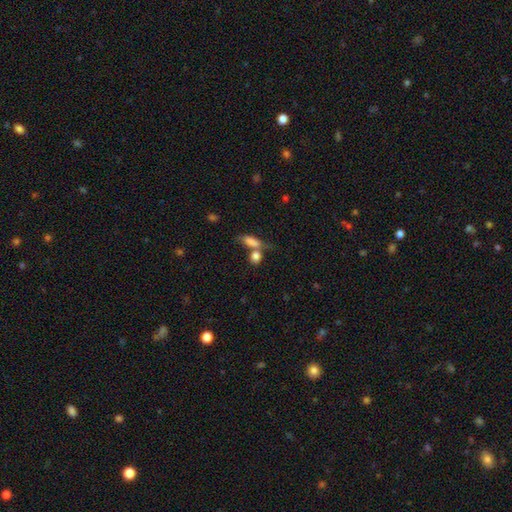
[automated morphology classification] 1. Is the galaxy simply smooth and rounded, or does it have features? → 82% smooth, 9% star or artifact, 8% featured or disk.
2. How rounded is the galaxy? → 53% in between, 39% round, 9% cigar-shaped.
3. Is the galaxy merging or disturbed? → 43% merger, 40% none, 11% minor disturbance, 6% major disturbance.